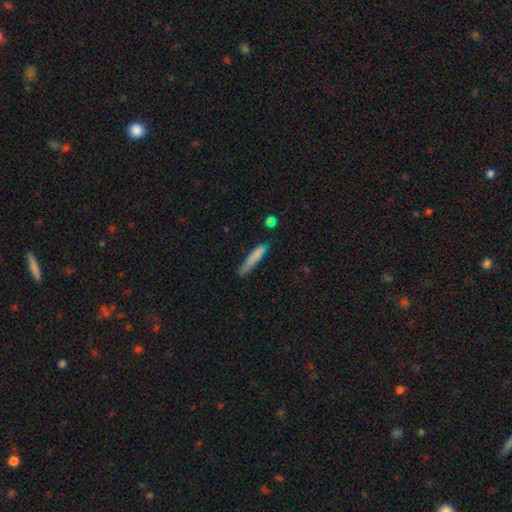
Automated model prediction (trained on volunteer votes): This is likely a smooth galaxy (76%). How rounded: clearly cigar-shaped (92%). Merging: likely none (70%).